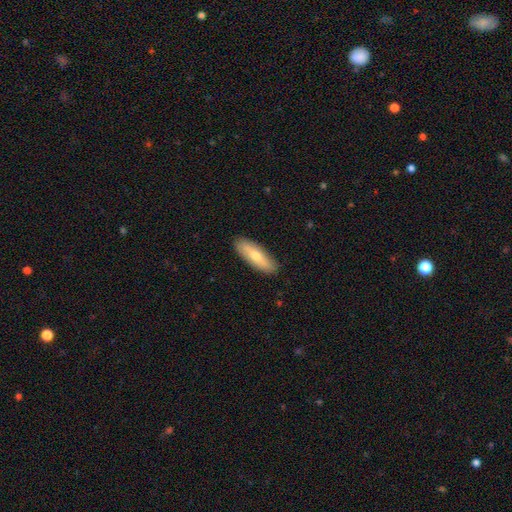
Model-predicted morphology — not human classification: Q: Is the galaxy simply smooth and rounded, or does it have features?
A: smooth — 63%.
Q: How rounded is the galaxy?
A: in between — 52%.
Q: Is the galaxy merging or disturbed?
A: none — 89%.